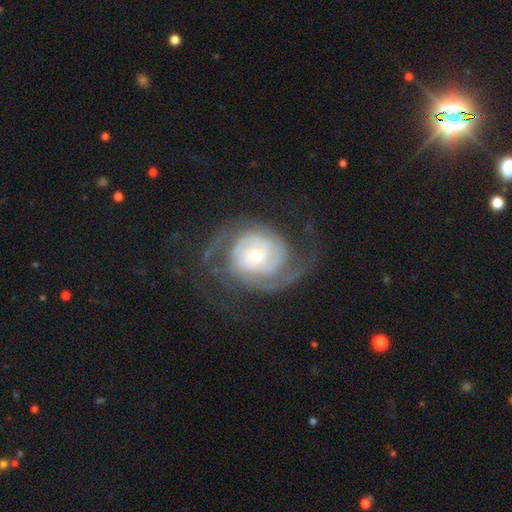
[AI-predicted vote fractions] featured or disk 88%, smooth 7%, star or artifact 5%. Down the decision tree: edge-on disk — no (98%); bar — no (67%); spiral arms — yes (96%); spiral arm count — 2 (52%); spiral winding — tight (55%); bulge size — small (58%); merging — none (63%).